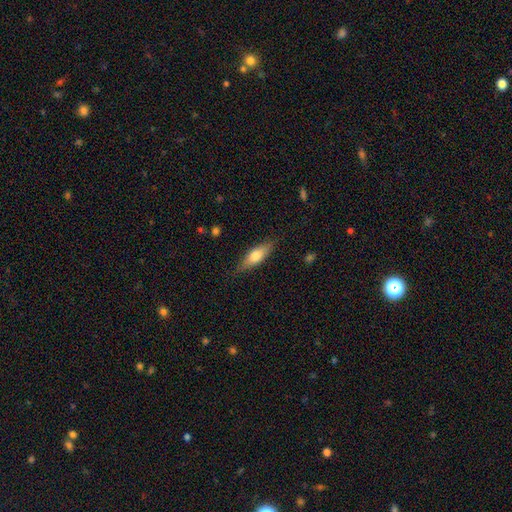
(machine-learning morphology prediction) A smooth galaxy with no disk features (65%) that is in between round and cigar-shaped (54%).

Vote fractions:
- Smooth or featured? smooth: 65% / featured or disk: 29% / star or artifact: 6%
- How rounded? in between: 54% / cigar-shaped: 44% / round: 3%
- Merging? none: 83% / minor disturbance: 14% / major disturbance: 3% / merger: 1%